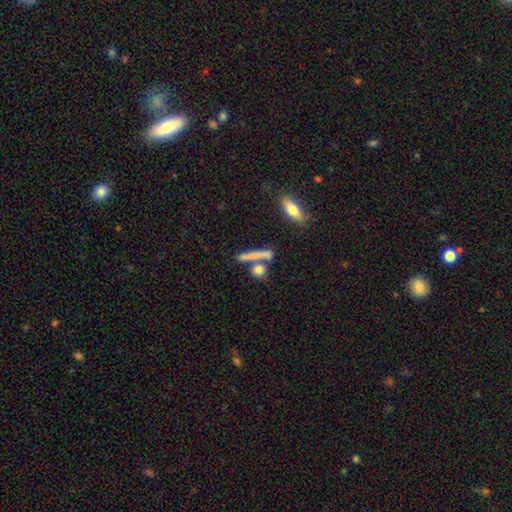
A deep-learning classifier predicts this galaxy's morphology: This is likely a smooth galaxy (67%). How rounded: likely cigar-shaped (63%). Merging: likely none (64%).